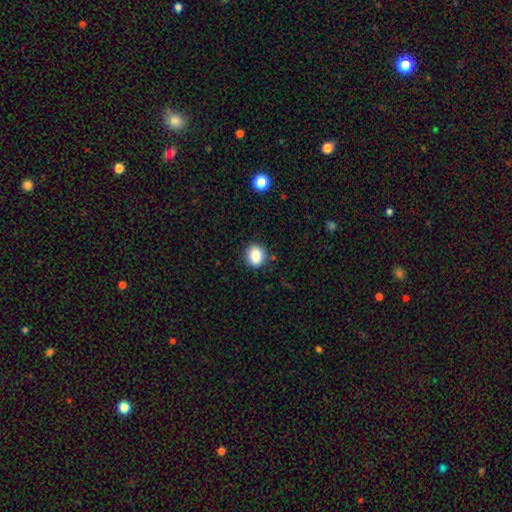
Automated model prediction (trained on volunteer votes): smooth-or-featured: smooth: 85% | star or artifact: 10% | featured or disk: 5%
  how-rounded: round: 73% | in between: 26% | cigar-shaped: 1%
  merging: none: 88% | minor disturbance: 9% | major disturbance: 2% | merger: 2%